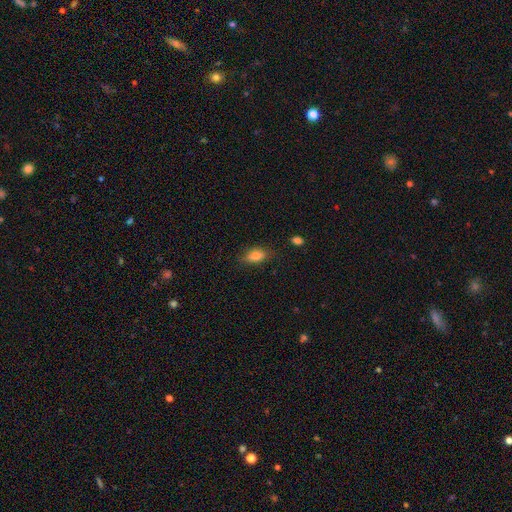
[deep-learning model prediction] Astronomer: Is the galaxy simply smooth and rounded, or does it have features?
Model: smooth — 79%.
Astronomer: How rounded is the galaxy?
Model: in between — 83%.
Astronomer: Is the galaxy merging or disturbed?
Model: none — 78%.